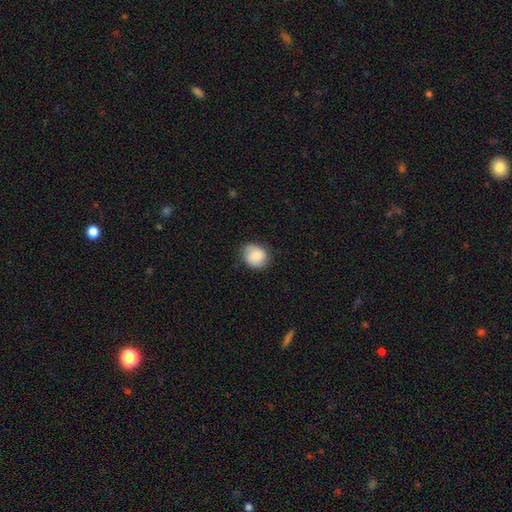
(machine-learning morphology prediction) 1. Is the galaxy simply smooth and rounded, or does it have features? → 76% smooth, 16% featured or disk, 8% star or artifact.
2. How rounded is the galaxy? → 72% round, 27% in between, 1% cigar-shaped.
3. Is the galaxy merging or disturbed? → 74% none, 20% minor disturbance, 4% major disturbance, 1% merger.